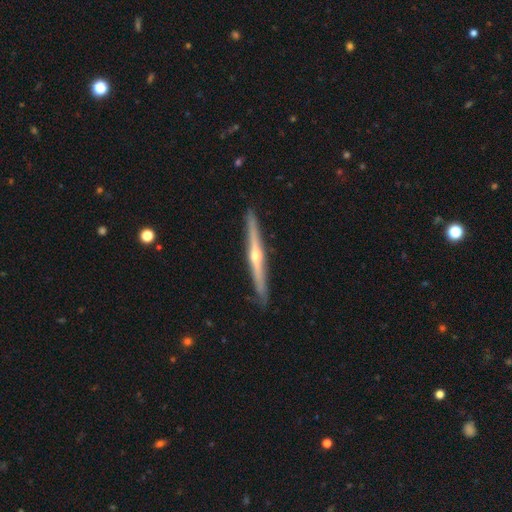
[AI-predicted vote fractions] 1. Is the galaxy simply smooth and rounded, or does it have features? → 79% featured or disk, 16% smooth, 5% star or artifact.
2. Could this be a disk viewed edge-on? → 98% yes, 2% no.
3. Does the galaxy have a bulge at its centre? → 85% rounded, 12% none, 3% boxy.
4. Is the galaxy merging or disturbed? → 91% none, 7% minor disturbance, 1% major disturbance, 1% merger.